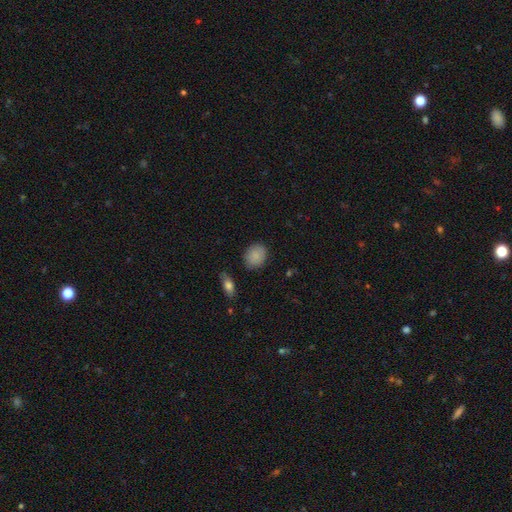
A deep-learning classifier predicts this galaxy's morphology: smooth 87%, star or artifact 7%, featured or disk 6%. Down the decision tree: how rounded — round (59%); merging — none (84%).